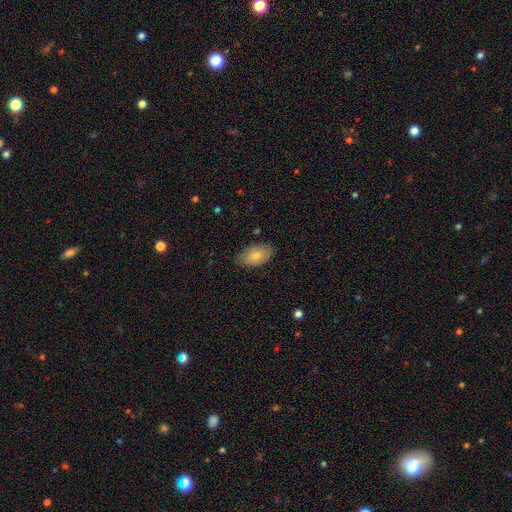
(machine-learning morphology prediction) A smooth galaxy with no disk features (77%) that is in between round and cigar-shaped (93%).

Vote fractions:
- Smooth or featured? smooth: 77% / featured or disk: 16% / star or artifact: 6%
- How rounded? in between: 93% / round: 5% / cigar-shaped: 2%
- Merging? none: 79% / minor disturbance: 17% / major disturbance: 3% / merger: 1%